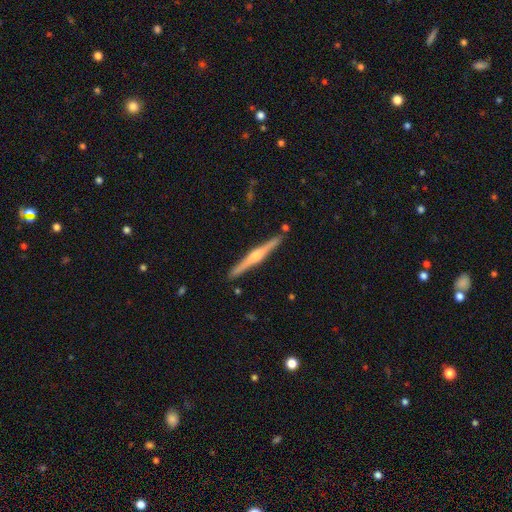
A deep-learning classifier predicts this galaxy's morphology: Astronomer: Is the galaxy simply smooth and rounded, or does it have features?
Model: featured or disk — 76%.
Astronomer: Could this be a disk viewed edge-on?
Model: yes — 98%.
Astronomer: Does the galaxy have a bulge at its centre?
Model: rounded — 82%.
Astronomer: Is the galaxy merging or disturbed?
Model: none — 90%.